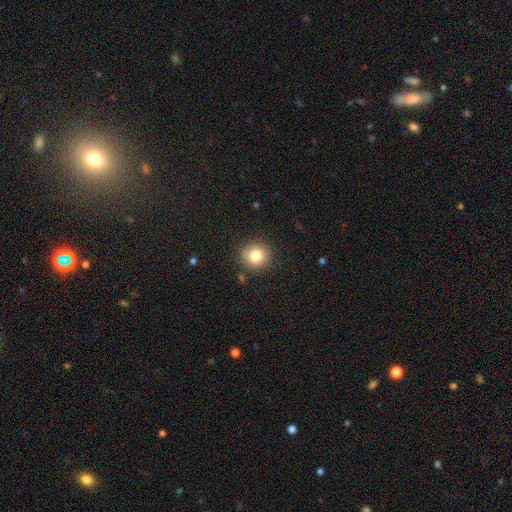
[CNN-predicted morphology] The model was most divided on "smooth or featured": smooth: 81%, star or artifact: 11%, featured or disk: 8%. More confident: how rounded — round (91%); merging — none (88%).